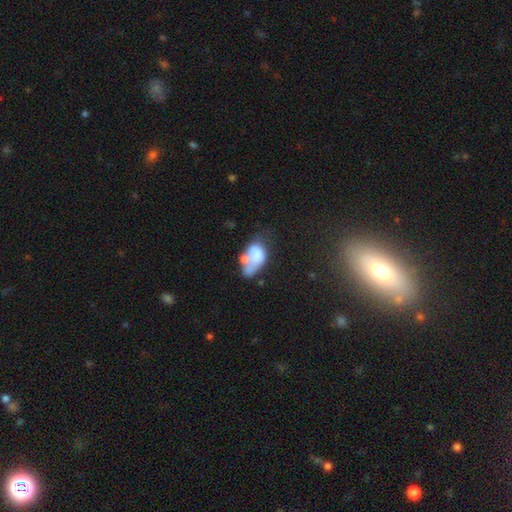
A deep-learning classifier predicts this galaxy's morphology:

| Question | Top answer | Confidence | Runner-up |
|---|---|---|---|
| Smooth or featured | smooth | 63% | featured or disk (27%) |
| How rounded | in between | 88% | round (10%) |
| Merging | merger | 33% | major disturbance (24%) |